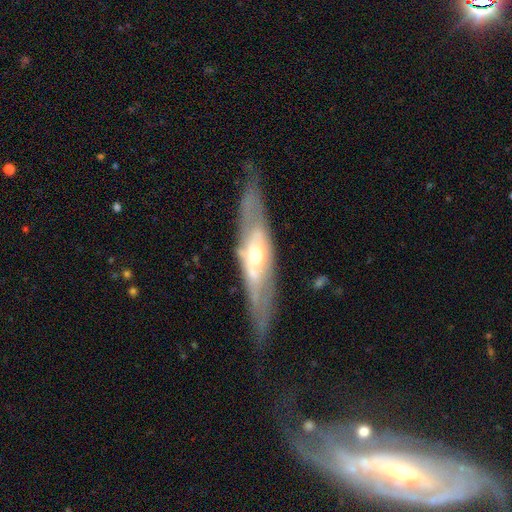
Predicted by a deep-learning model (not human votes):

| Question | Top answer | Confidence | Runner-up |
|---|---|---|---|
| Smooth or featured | featured or disk | 77% | smooth (18%) |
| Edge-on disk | no | 52% | yes (48%) |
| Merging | none | 76% | minor disturbance (15%) |